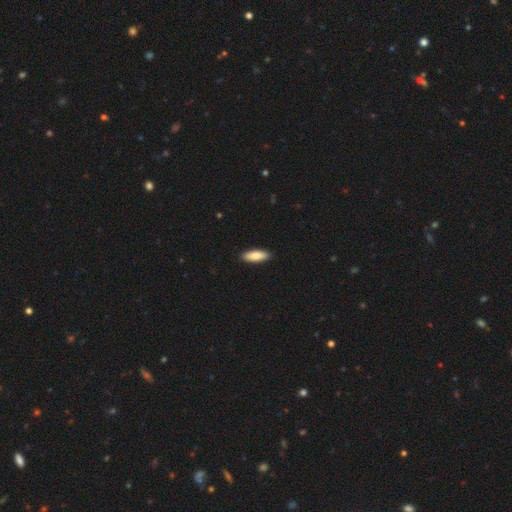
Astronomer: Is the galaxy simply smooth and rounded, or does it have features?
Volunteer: smooth — 84%.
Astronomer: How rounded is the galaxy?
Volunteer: in between — 75%.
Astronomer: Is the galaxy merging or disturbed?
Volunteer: none — 88%.